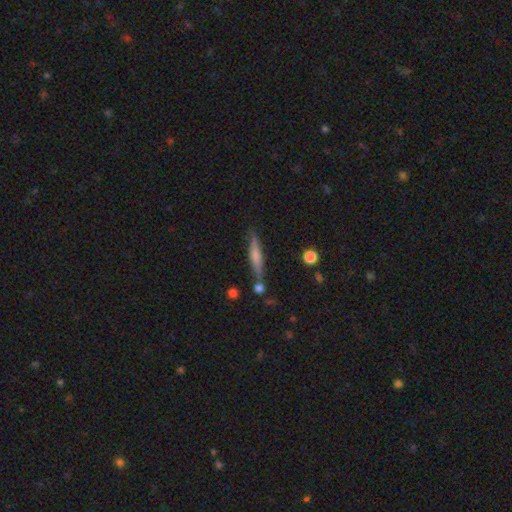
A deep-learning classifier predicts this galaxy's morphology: Smooth or featured?
  - smooth: 50% *
  - featured or disk: 43%
  - star or artifact: 7%
How rounded?
  - cigar-shaped: 87% *
  - in between: 11%
  - round: 3%
Merging?
  - none: 72% *
  - minor disturbance: 15%
  - merger: 9%
  - major disturbance: 4%